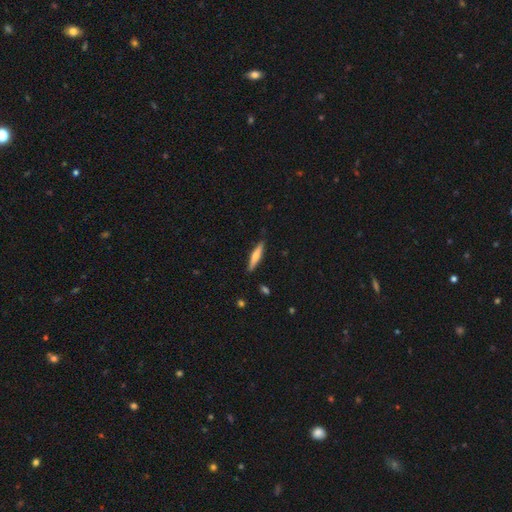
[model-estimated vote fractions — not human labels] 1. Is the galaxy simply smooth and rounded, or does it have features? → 50% smooth, 45% featured or disk, 6% star or artifact.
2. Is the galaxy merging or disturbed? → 89% none, 8% minor disturbance, 2% major disturbance, 1% merger.